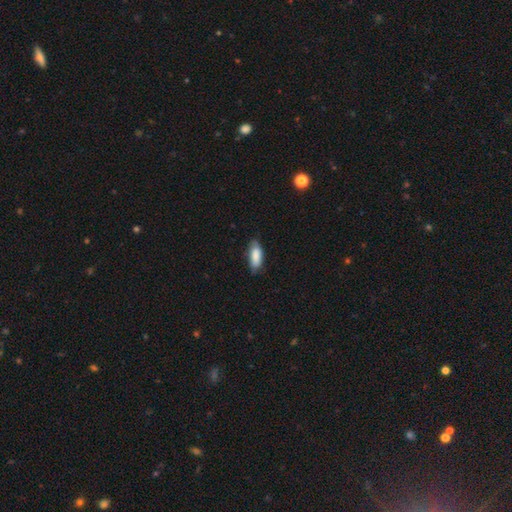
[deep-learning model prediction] Overall: smooth (84%). How rounded: in between (79%). Merging: none (72%).